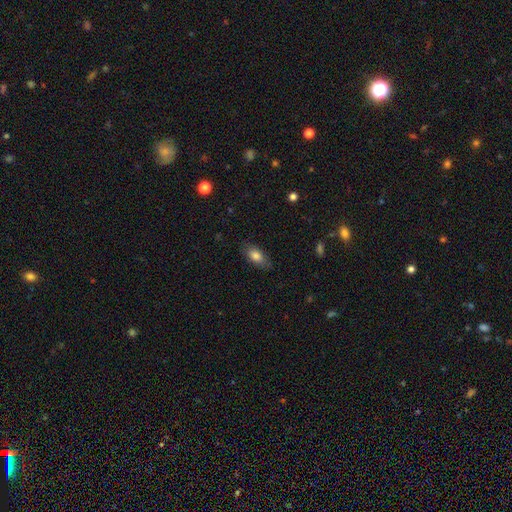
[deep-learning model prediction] Smooth or featured? smooth (81%)
How rounded? in between (86%)
Merging? none (80%)